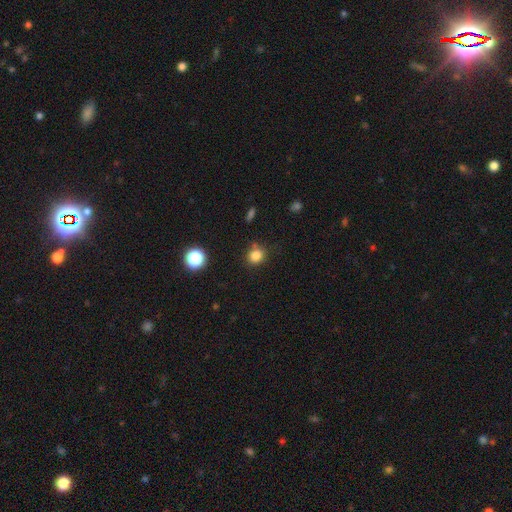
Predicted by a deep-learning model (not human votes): smooth 82%, star or artifact 13%, featured or disk 5%. Down the decision tree: how rounded — round (81%); merging — none (79%).